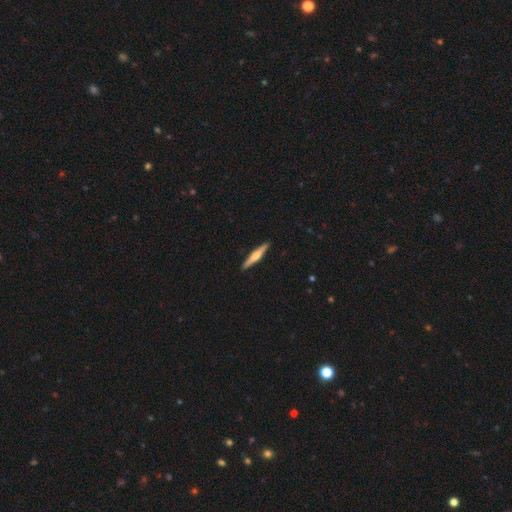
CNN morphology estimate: Smooth or featured: featured or disk — 61% (smooth — 34%)
Edge-on disk: yes — 98% (no — 2%)
Edge-on bulge: rounded — 85% (boxy — 9%)
Merging: none — 92% (minor disturbance — 6%)